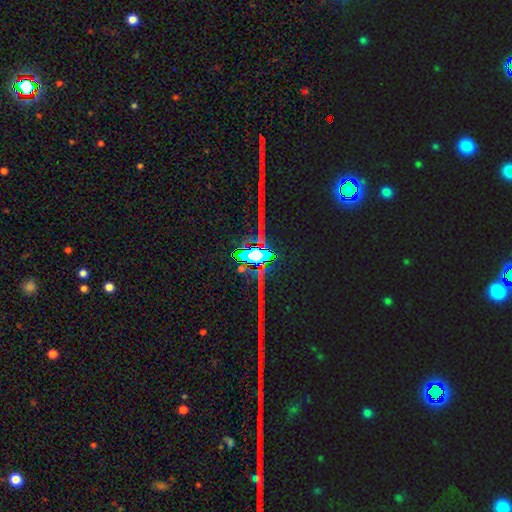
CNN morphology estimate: A star or artifact, not a galaxy (68%).

Vote fractions:
- Smooth or featured? star or artifact: 68% / featured or disk: 17% / smooth: 15%